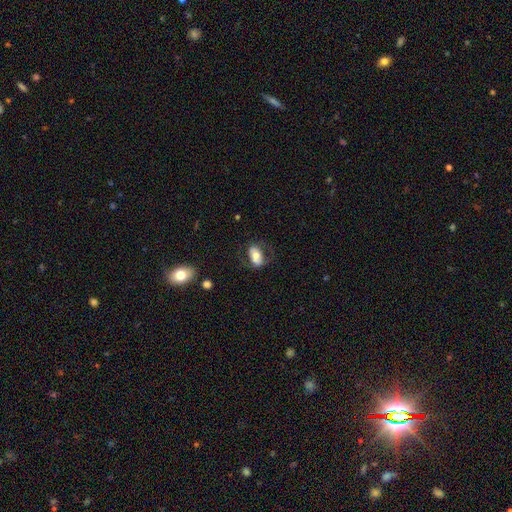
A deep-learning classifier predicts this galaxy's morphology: Q: Smooth or featured?
A: smooth (60%); runner-up: featured or disk (33%)
Q: How rounded?
A: in between (89%); runner-up: round (6%)
Q: Merging?
A: none (64%); runner-up: minor disturbance (20%)